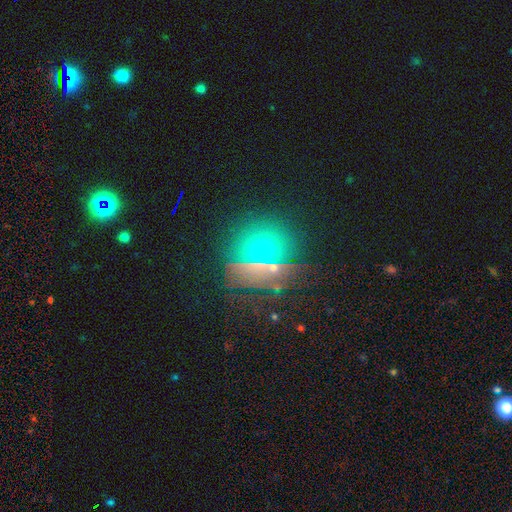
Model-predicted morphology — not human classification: Smooth or featured? smooth (52%)
How rounded? round (84%)
Merging? none (73%)